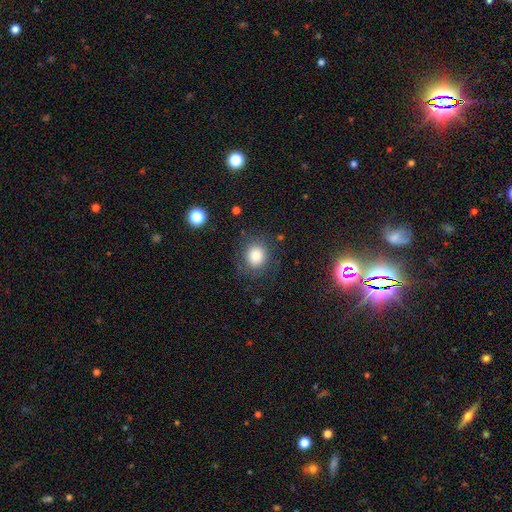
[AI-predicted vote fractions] Q: Smooth or featured?
A: smooth (84%); runner-up: star or artifact (10%)
Q: How rounded?
A: round (77%); runner-up: in between (22%)
Q: Merging?
A: none (81%); runner-up: minor disturbance (12%)